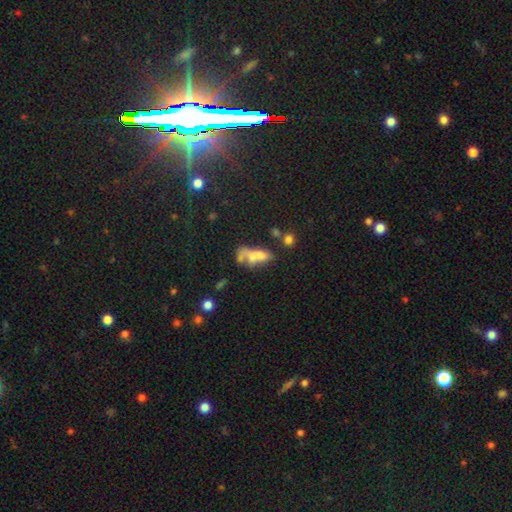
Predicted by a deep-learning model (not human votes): Smooth or featured: smooth — 54% (featured or disk — 30%)
How rounded: in between — 70% (cigar-shaped — 21%)
Merging: merger — 47% (none — 21%)